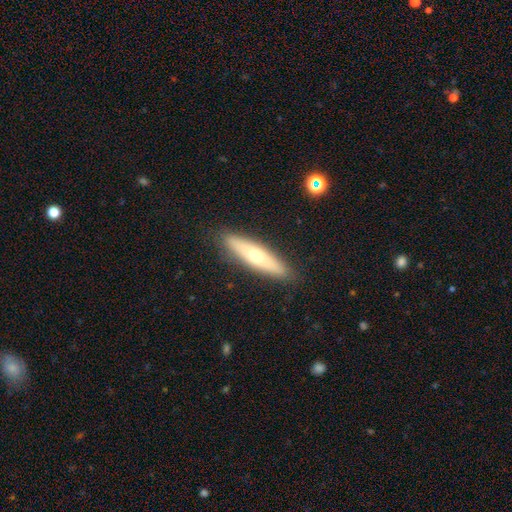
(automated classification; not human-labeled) smooth 54%, featured or disk 40%, star or artifact 6%. Down the decision tree: how rounded — cigar-shaped (73%); merging — none (89%).